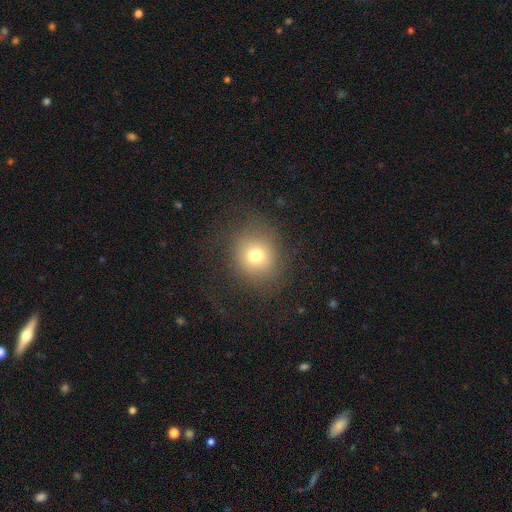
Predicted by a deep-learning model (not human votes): Smooth or featured?
  - smooth: 72% *
  - star or artifact: 16%
  - featured or disk: 12%
How rounded?
  - round: 83% *
  - in between: 16%
  - cigar-shaped: 1%
Merging?
  - none: 79% *
  - minor disturbance: 12%
  - major disturbance: 9%
  - merger: 1%